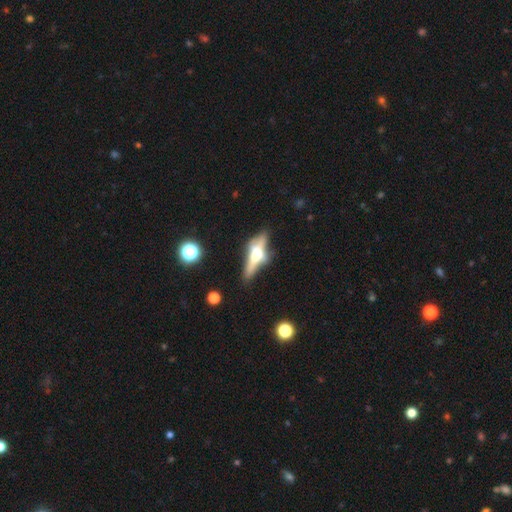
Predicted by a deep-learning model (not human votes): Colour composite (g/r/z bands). It shows a featured or disk galaxy (59%) viewed edge-on (78%). Merging: none (50%).